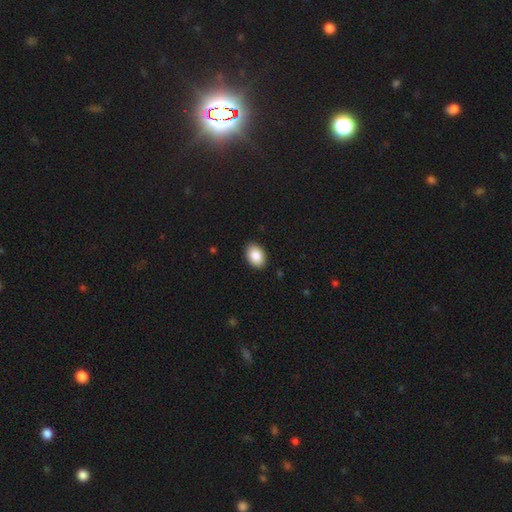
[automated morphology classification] Smooth or featured? Predicted: smooth (p=0.86). How rounded? Predicted: in between (p=0.87). Merging? Predicted: none (p=0.90).